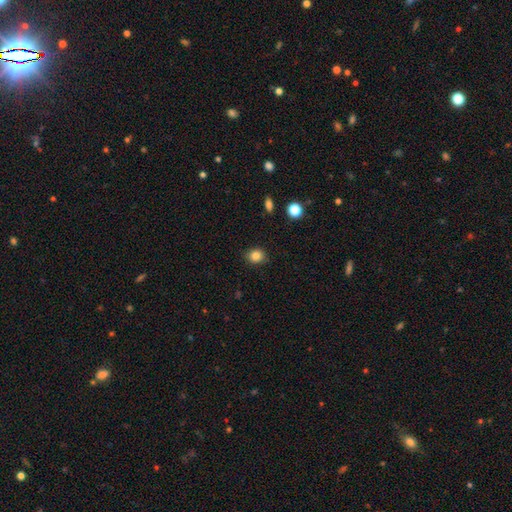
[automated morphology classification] The model was most divided on "how rounded": round: 69%, in between: 31%, cigar-shaped: 1%. More confident: merging — none (86%); smooth or featured — smooth (84%).